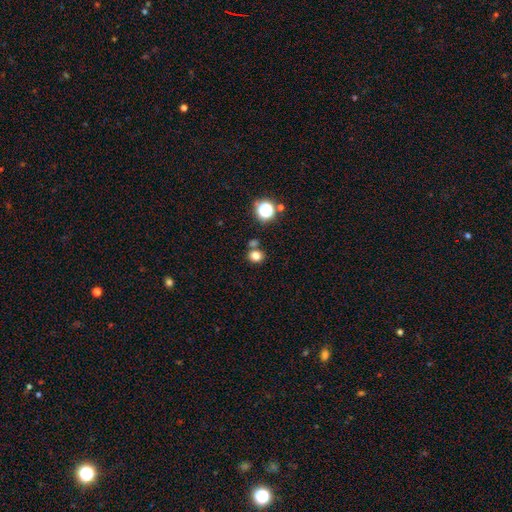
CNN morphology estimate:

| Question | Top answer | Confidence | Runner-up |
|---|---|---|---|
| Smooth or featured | smooth | 78% | star or artifact (16%) |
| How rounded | round | 77% | in between (22%) |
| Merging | none | 70% | merger (18%) |